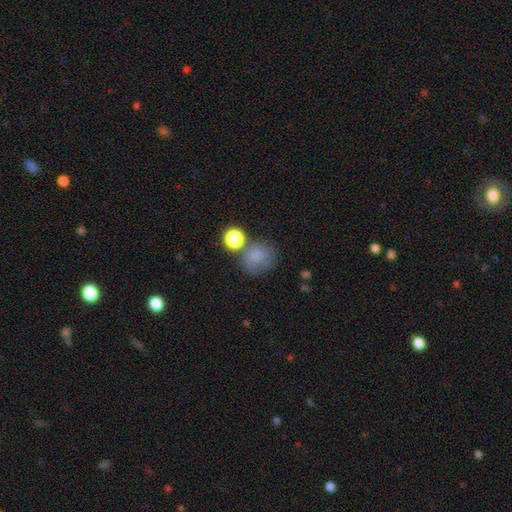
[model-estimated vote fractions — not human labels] Q: Smooth or featured?
A: smooth (75%); runner-up: star or artifact (14%)
Q: How rounded?
A: round (81%); runner-up: in between (18%)
Q: Merging?
A: none (55%); runner-up: minor disturbance (19%)